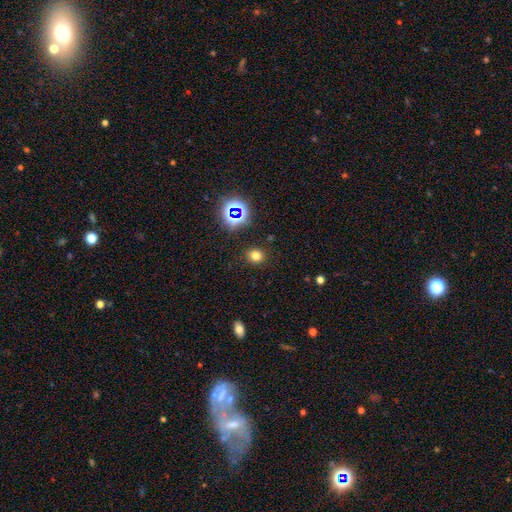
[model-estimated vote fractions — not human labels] Morphology: type=smooth (72%); roundness=round (78%); merging=none (88%).